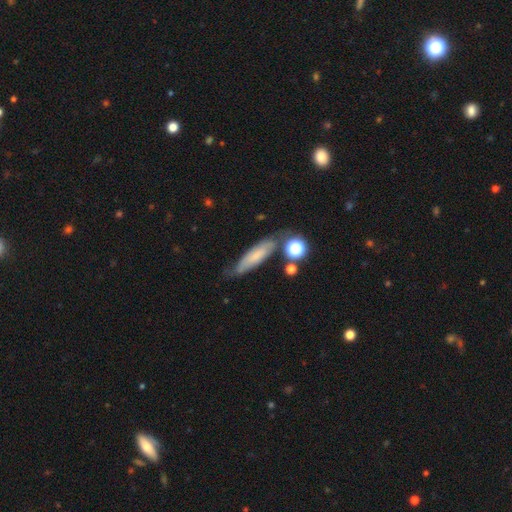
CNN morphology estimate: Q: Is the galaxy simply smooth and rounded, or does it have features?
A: smooth — 59%.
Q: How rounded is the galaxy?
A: cigar-shaped — 65%.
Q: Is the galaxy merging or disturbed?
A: none — 61%.